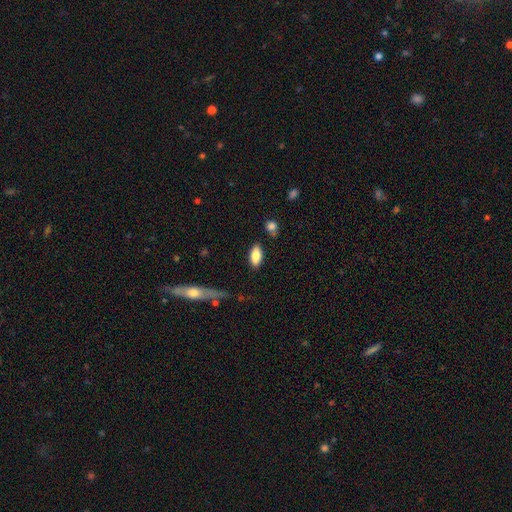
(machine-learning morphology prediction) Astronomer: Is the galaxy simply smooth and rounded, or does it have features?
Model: smooth — 81%.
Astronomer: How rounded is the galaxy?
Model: in between — 88%.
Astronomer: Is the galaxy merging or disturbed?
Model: none — 84%.